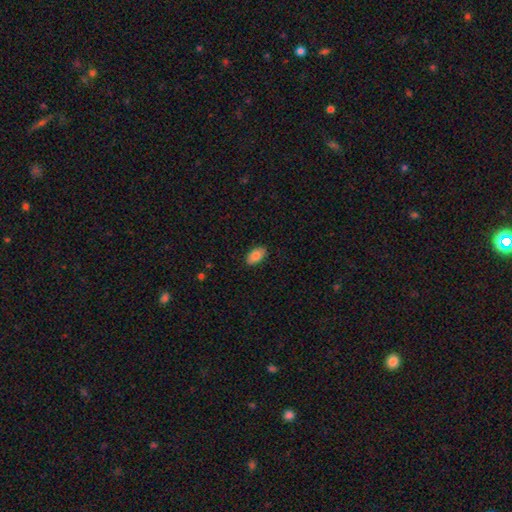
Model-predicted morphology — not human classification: A smooth galaxy with no disk features (82%) that is in between round and cigar-shaped (93%). Merging: none (87%).